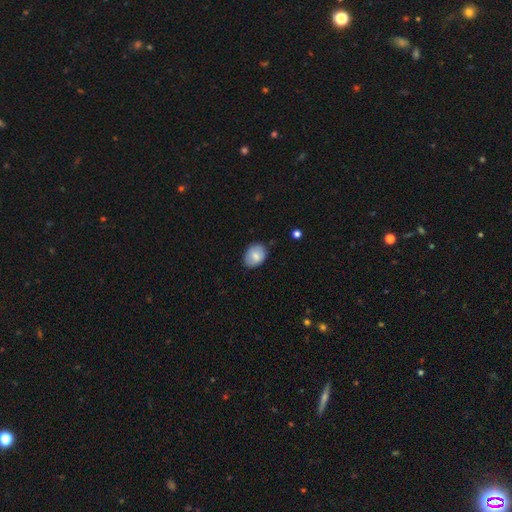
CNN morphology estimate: Q: Smooth or featured?
A: smooth (79%); runner-up: featured or disk (14%)
Q: How rounded?
A: in between (67%); runner-up: round (32%)
Q: Merging?
A: none (80%); runner-up: minor disturbance (16%)